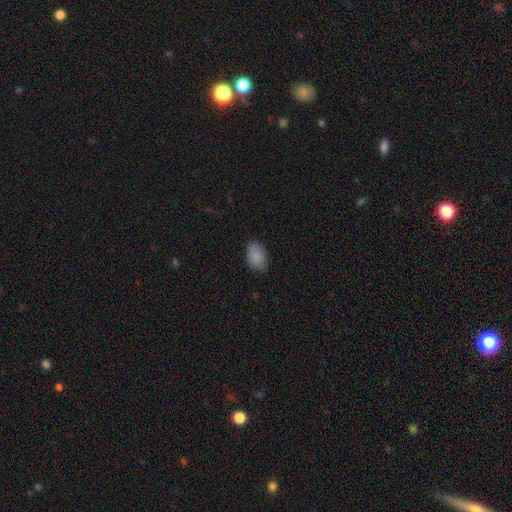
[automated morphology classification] Overall: smooth (87%). How rounded: in between (86%). Merging: none (79%).